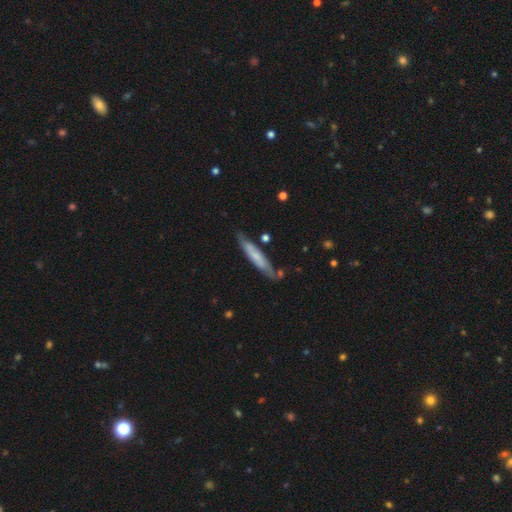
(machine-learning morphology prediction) Smooth or featured? smooth (53%)
How rounded? cigar-shaped (89%)
Merging? none (73%)